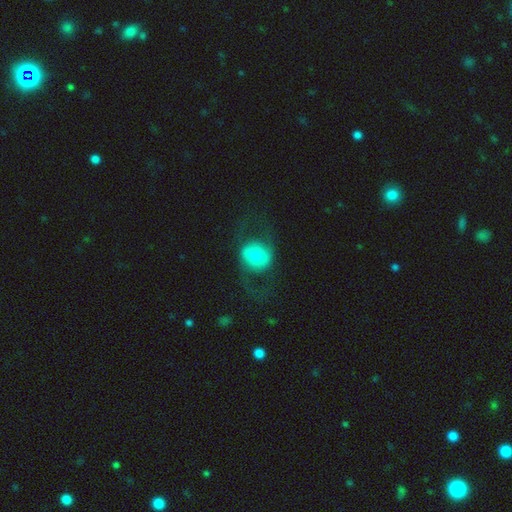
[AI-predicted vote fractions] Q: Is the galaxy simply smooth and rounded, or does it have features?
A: smooth — 48%.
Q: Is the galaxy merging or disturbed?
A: none — 60%.